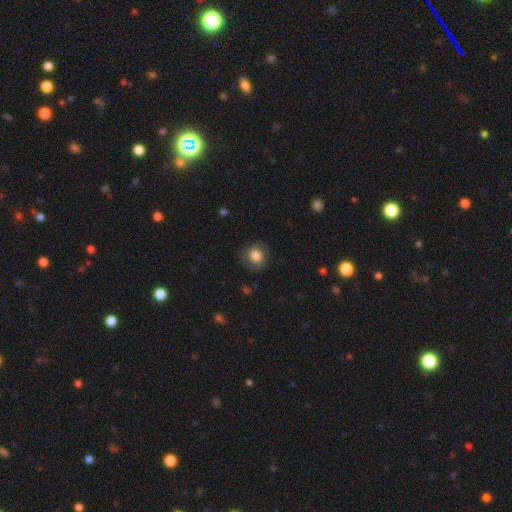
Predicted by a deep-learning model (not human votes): A smooth galaxy with no disk features (79%) that is round (71%). Merging: none (80%).